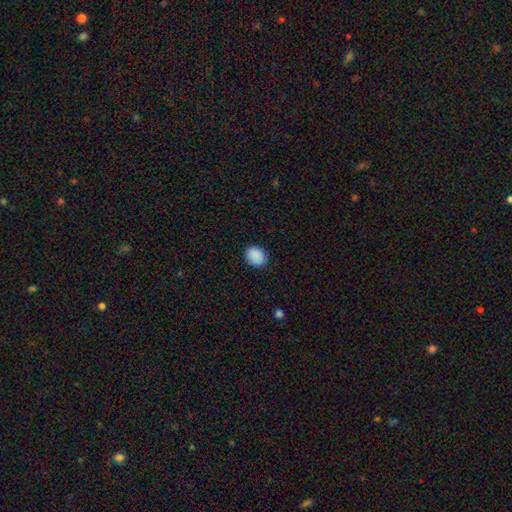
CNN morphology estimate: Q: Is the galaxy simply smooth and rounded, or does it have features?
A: smooth — 90%.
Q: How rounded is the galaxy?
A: round — 52%.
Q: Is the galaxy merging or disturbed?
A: none — 88%.